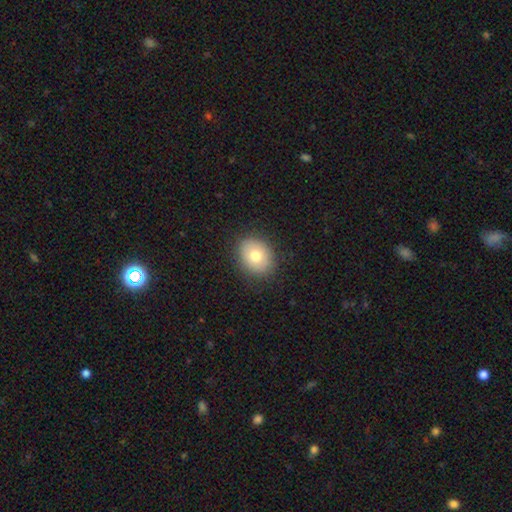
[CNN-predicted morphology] The model was most divided on "how rounded": in between: 53%, round: 46%, cigar-shaped: 1%. More confident: merging — none (87%); smooth or featured — smooth (75%).